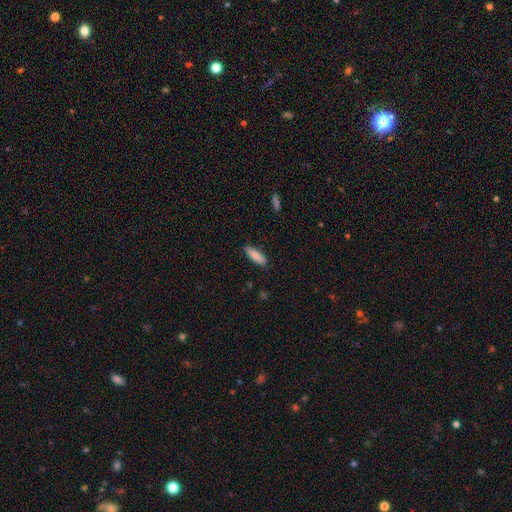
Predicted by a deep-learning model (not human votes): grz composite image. It shows a smooth galaxy with no disk features (86%) that is cigar-shaped (50%). Merging: none (88%).